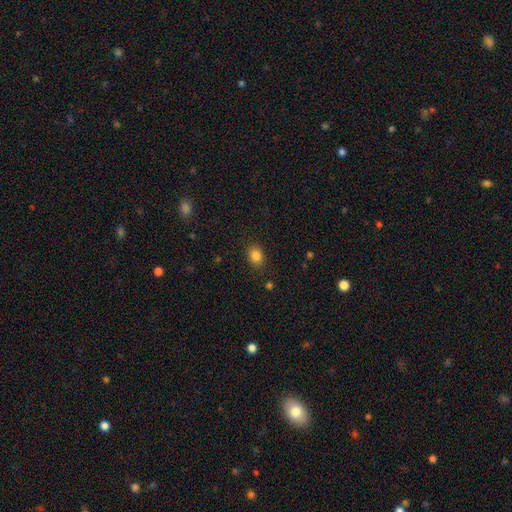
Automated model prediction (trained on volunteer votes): smooth 84%, star or artifact 11%, featured or disk 5%. Down the decision tree: how rounded — in between (62%); merging — none (85%).